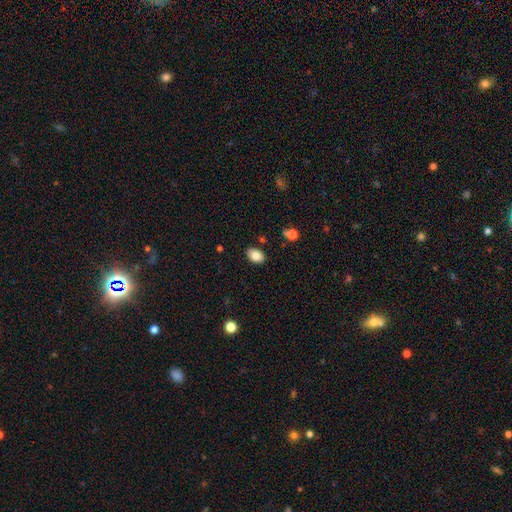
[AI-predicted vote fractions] smooth 83%, star or artifact 9%, featured or disk 8%. Down the decision tree: how rounded — in between (85%); merging — none (85%).